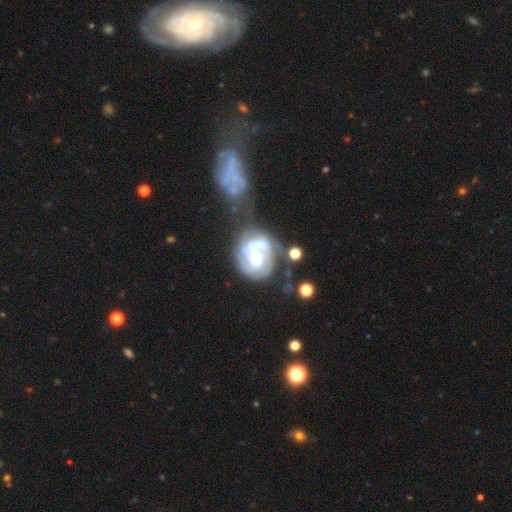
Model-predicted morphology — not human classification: smooth-or-featured: featured or disk: 74% | smooth: 19% | star or artifact: 7%
  disk-edge-on: no: 98% | yes: 2%
    bar: no: 66% | weak: 26% | strong: 8%
    has-spiral-arms: yes: 76% | no: 24%
      spiral-winding: tight: 44% | medium: 38% | loose: 18%
      spiral-arm-count: 2: 52% | can't tell: 25% | 3: 9% | 1: 8% | 4: 3% | more than 4: 2%
    bulge-size: moderate: 69% | small: 15% | large: 12% | none: 2% | dominant: 2%
  merging: merger: 38% | none: 28% | major disturbance: 18% | minor disturbance: 16%